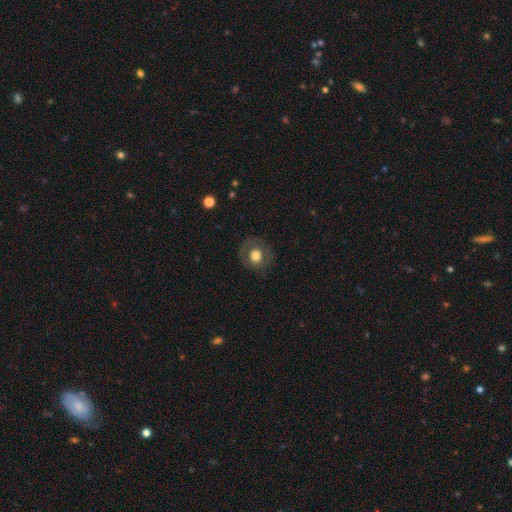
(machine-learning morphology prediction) A smooth galaxy with no disk features (63%) that is round (84%).

Vote fractions:
- Smooth or featured? smooth: 63% / featured or disk: 28% / star or artifact: 9%
- How rounded? round: 84% / in between: 15% / cigar-shaped: 1%
- Merging? none: 81% / minor disturbance: 12% / major disturbance: 6% / merger: 1%